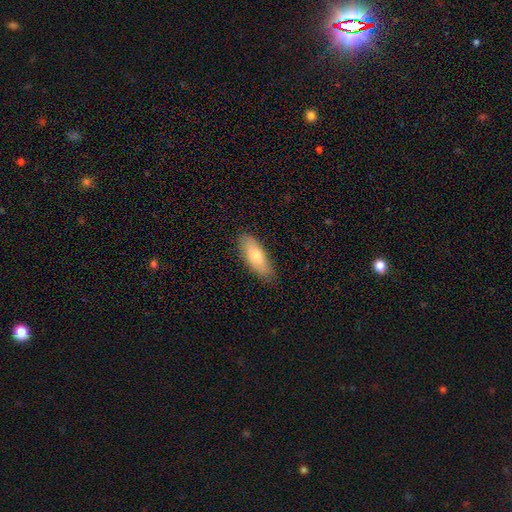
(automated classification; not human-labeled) smooth-or-featured: smooth: 71% | featured or disk: 23% | star or artifact: 6%
  how-rounded: in between: 72% | cigar-shaped: 26% | round: 2%
  merging: none: 83% | minor disturbance: 14% | major disturbance: 3% | merger: 1%